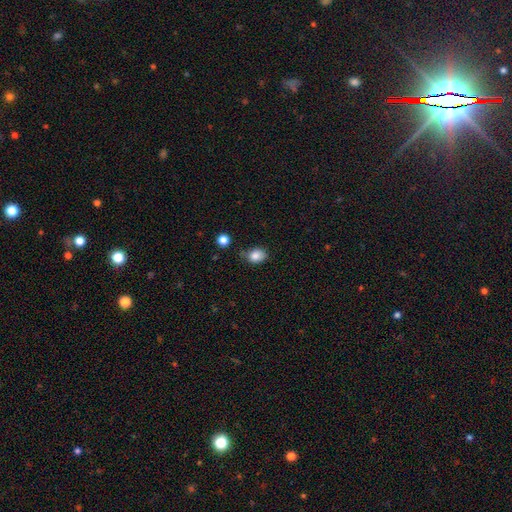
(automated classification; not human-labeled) Smooth or featured? smooth (84%)
How rounded? in between (61%)
Merging? none (61%)